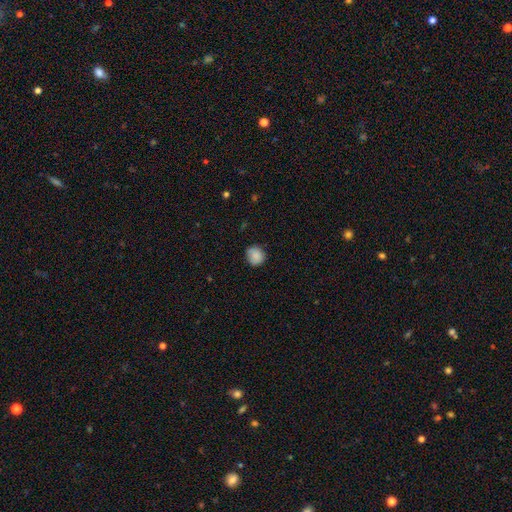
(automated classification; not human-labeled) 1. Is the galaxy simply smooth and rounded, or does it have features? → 86% smooth, 8% star or artifact, 5% featured or disk.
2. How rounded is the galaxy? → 83% round, 16% in between, 1% cigar-shaped.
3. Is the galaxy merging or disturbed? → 80% none, 16% minor disturbance, 3% major disturbance, 1% merger.